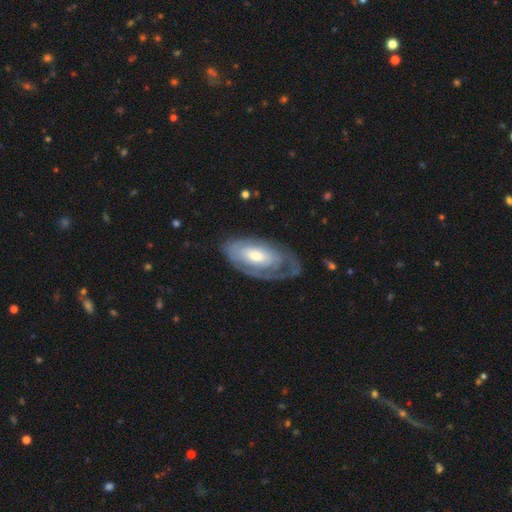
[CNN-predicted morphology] Overall: featured or disk (66%; smooth 29%). Edge-on disk: no (90%). Bar: no (69%). Spiral arms: yes (69%; no 31%). Bulge size: moderate (58%; small 24%). Merging: none (53%; minor disturbance 25%).